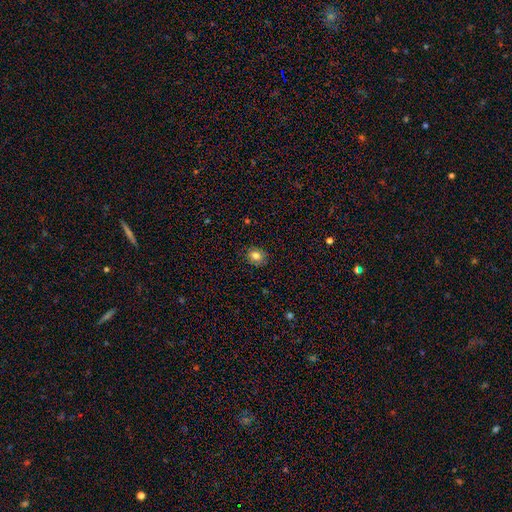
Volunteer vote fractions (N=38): Volunteers were most divided on "how rounded" (2-way tie): round: 50%, in between: 50%, cigar-shaped: 0%. More confident: merging — none (92%); smooth or featured — smooth (84%).